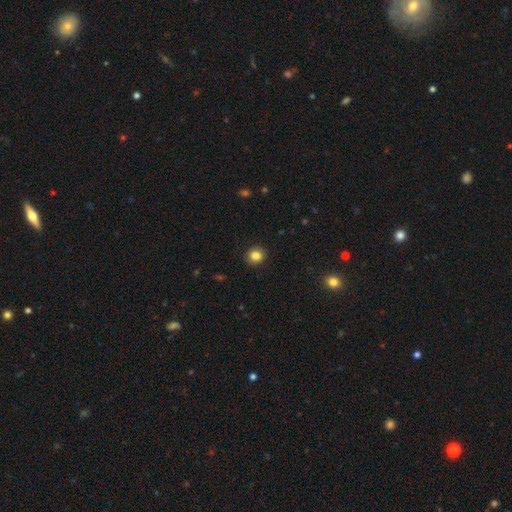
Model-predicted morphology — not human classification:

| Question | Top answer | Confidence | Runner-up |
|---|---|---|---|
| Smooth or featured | smooth | 84% | star or artifact (10%) |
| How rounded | round | 85% | in between (14%) |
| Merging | none | 91% | minor disturbance (6%) |